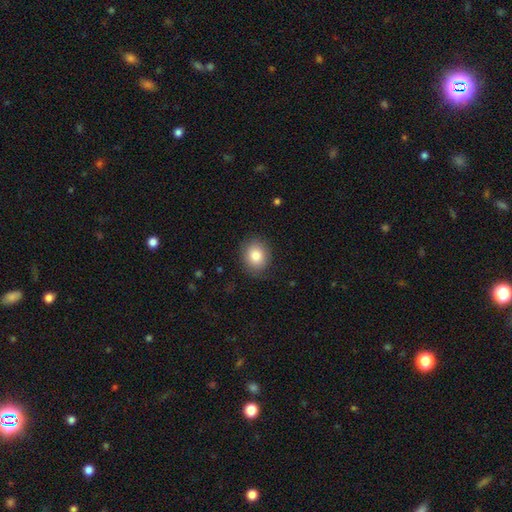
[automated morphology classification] type=smooth (83%); roundness=round (64%); merging=none (85%).